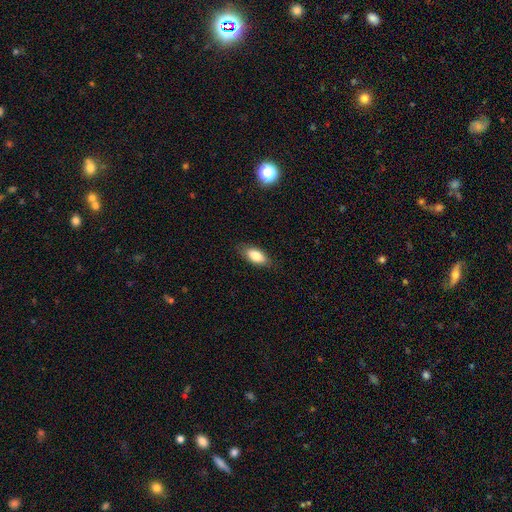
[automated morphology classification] Smooth or featured?
  - smooth: 82% *
  - featured or disk: 11%
  - star or artifact: 7%
How rounded?
  - in between: 88% *
  - cigar-shaped: 10%
  - round: 3%
Merging?
  - none: 84% *
  - minor disturbance: 12%
  - major disturbance: 3%
  - merger: 1%